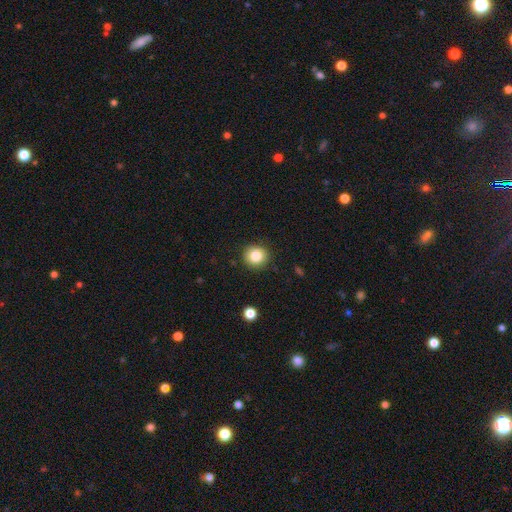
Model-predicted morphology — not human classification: This appears to be a smooth galaxy with no disk features (84%) that is round (90%). Merging: none (90%).